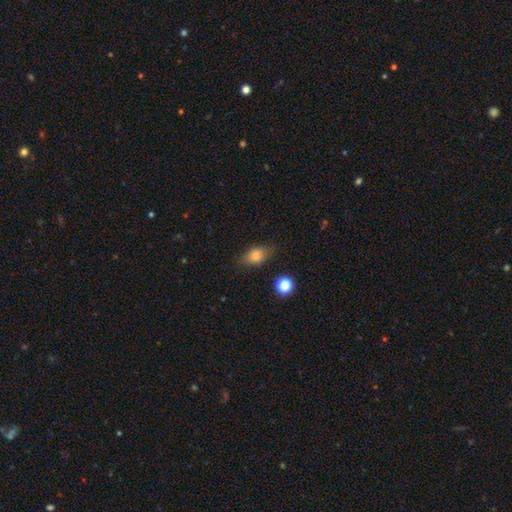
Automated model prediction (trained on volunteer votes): Smooth or featured?
  - smooth: 81% *
  - star or artifact: 10%
  - featured or disk: 9%
How rounded?
  - in between: 80% *
  - round: 16%
  - cigar-shaped: 4%
Merging?
  - none: 76% *
  - minor disturbance: 17%
  - major disturbance: 5%
  - merger: 2%